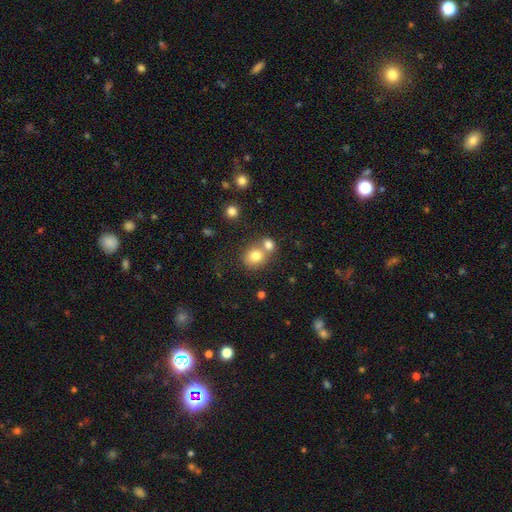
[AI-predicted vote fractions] A smooth galaxy with no disk features (78%) that is round (74%). Merging: none (45%).